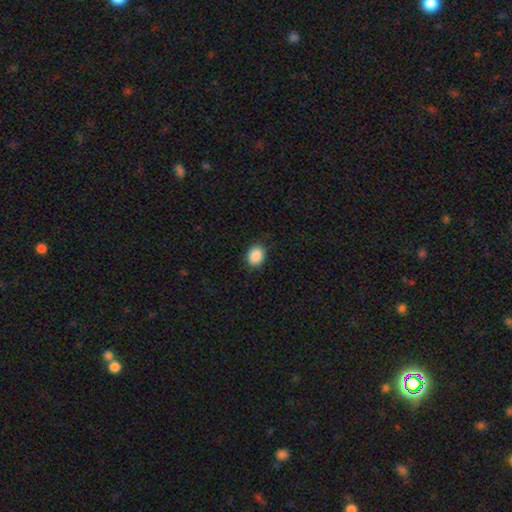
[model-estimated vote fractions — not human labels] Smooth or featured? Predicted: smooth (p=0.89). How rounded? Predicted: in between (p=0.53). Merging? Predicted: none (p=0.87).